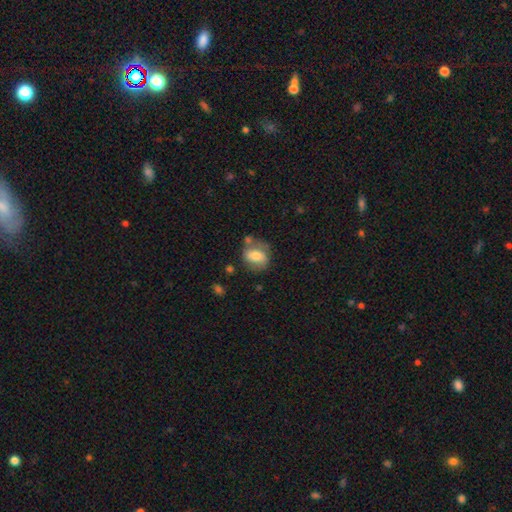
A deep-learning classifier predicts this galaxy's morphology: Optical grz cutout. It shows a smooth galaxy with no disk features (64%) that is in between round and cigar-shaped (57%). Merging: none (56%).